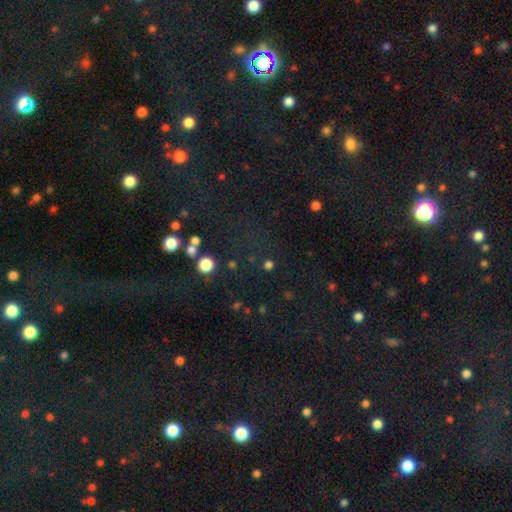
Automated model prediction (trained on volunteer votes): Overall: star or artifact (71%).